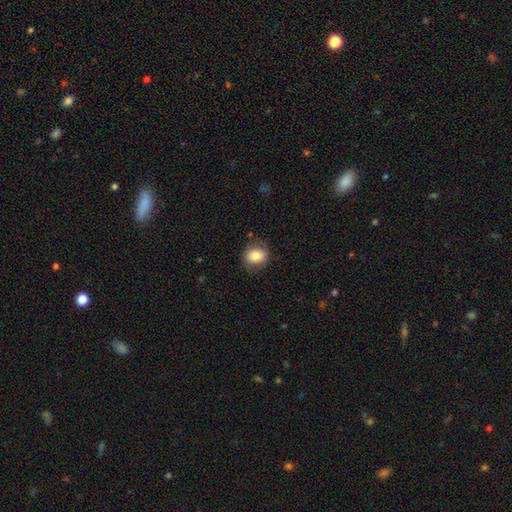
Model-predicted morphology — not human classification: smooth_or_featured: smooth (p=0.78) [alt: featured or disk p=0.14]
how_rounded: round (p=0.60) [alt: in between p=0.39]
merging: none (p=0.76) [alt: minor disturbance p=0.17]